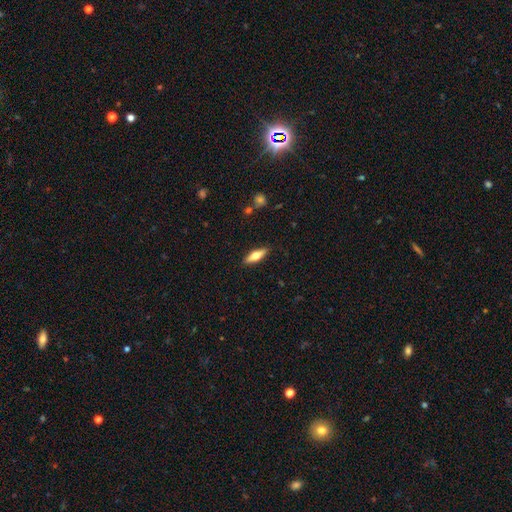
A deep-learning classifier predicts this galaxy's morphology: smooth 49%, featured or disk 44%, star or artifact 6%. Down the decision tree: merging — none (89%).